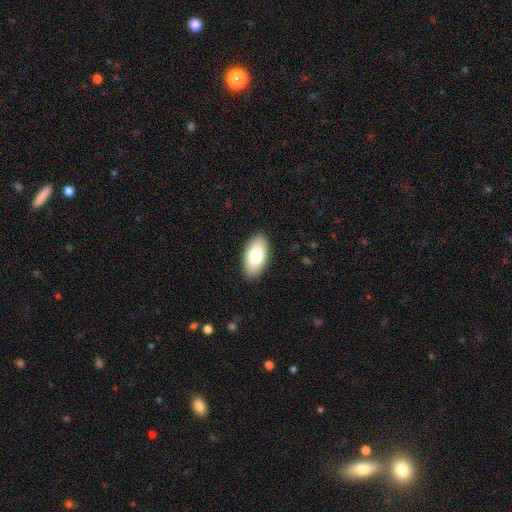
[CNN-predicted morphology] This appears to be a smooth galaxy with no disk features (78%) that is in between round and cigar-shaped (95%). Merging: none (89%).